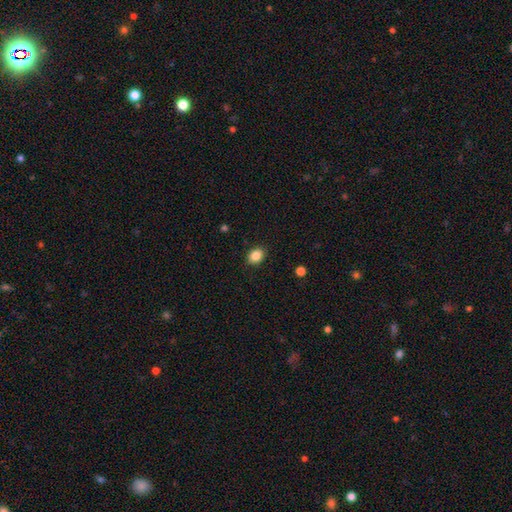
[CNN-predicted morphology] type=smooth (86%); roundness=in between (55%); merging=none (88%).